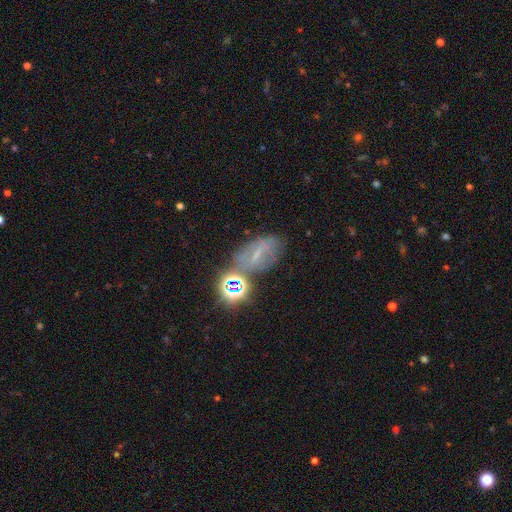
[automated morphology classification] The model was most divided on "smooth or featured": featured or disk: 41%, star or artifact: 31%, smooth: 28%. More confident: merging — none (57%).